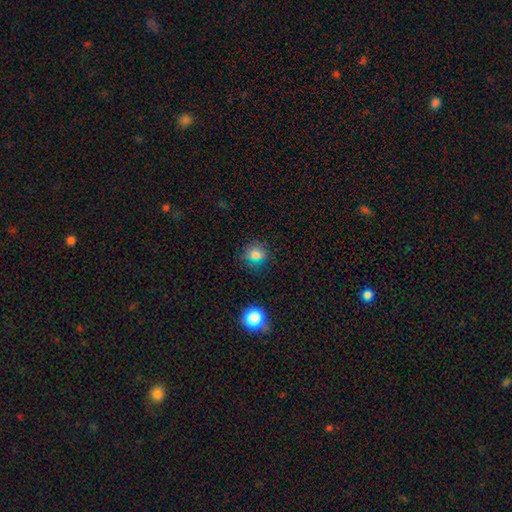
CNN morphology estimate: A smooth galaxy with no disk features (70%) that is round (79%). Merging: none (83%).